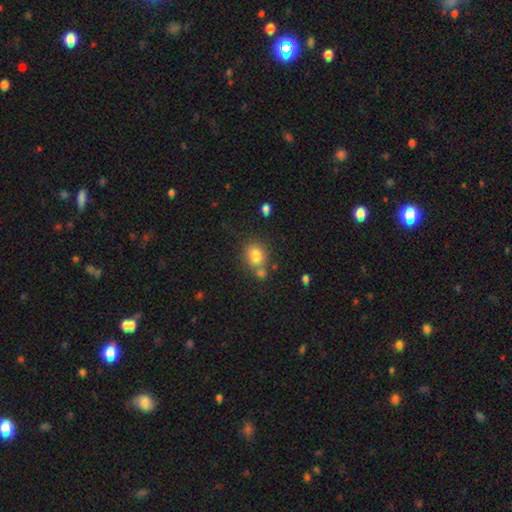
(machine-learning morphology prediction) The model was most divided on "how rounded": round: 69%, in between: 30%, cigar-shaped: 1%. More confident: smooth or featured — smooth (80%); merging — none (62%).